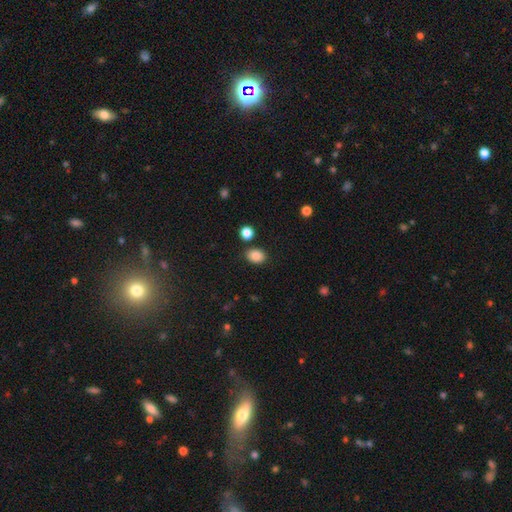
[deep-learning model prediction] Smooth or featured? smooth (86%)
How rounded? in between (66%)
Merging? none (83%)